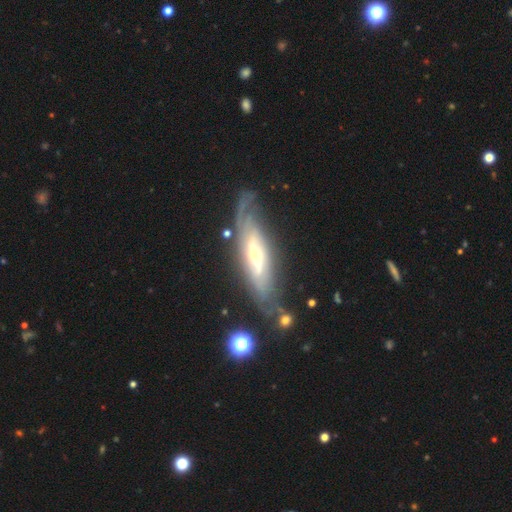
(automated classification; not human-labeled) This appears to be a featured or disk galaxy (77%). Merging: none (67%).